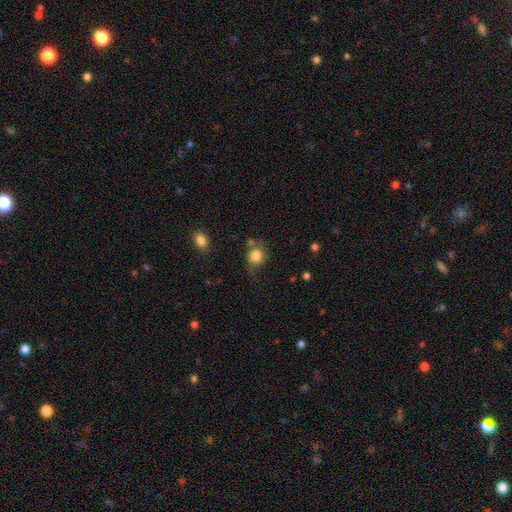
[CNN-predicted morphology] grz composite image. It shows a smooth galaxy with no disk features (83%) that is round (76%). Merging: none (57%).